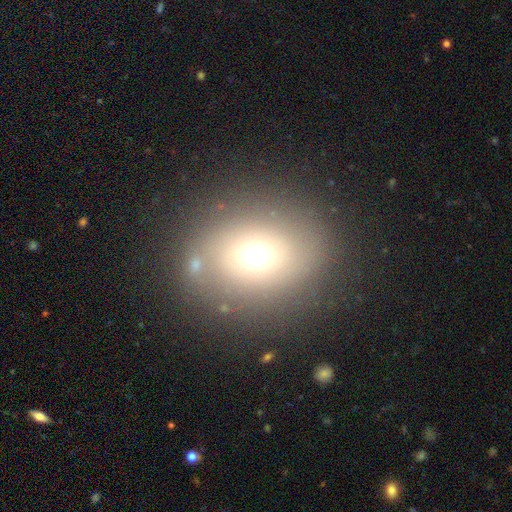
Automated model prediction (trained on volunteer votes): Smooth or featured: smooth — 61% (featured or disk — 23%)
How rounded: round — 52% (in between — 47%)
Merging: none — 79% (minor disturbance — 12%)